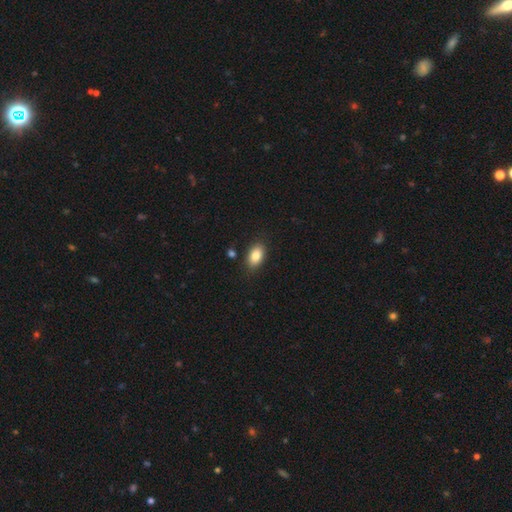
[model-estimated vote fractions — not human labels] Q: Smooth or featured?
A: smooth (85%); runner-up: star or artifact (8%)
Q: How rounded?
A: in between (90%); runner-up: round (8%)
Q: Merging?
A: none (85%); runner-up: minor disturbance (10%)